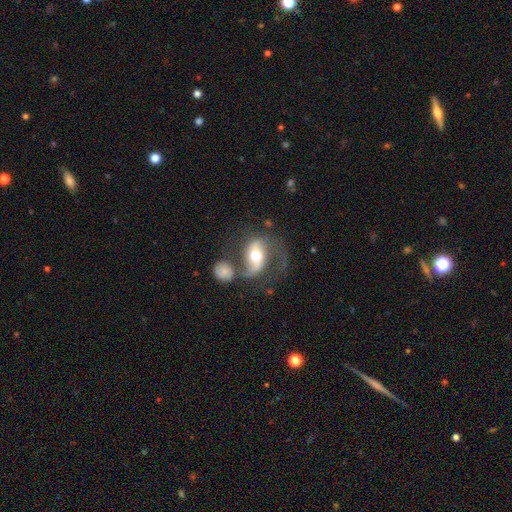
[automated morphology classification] Overall: featured or disk (73%). Edge-on disk: no (95%). Bar: no (39%; weak 32%). Spiral arms: yes (87%). Spiral arm count: 2 (82%). Spiral winding: loose (62%; medium 31%). Bulge size: moderate (70%). Merging: none (41%; major disturbance 24%).